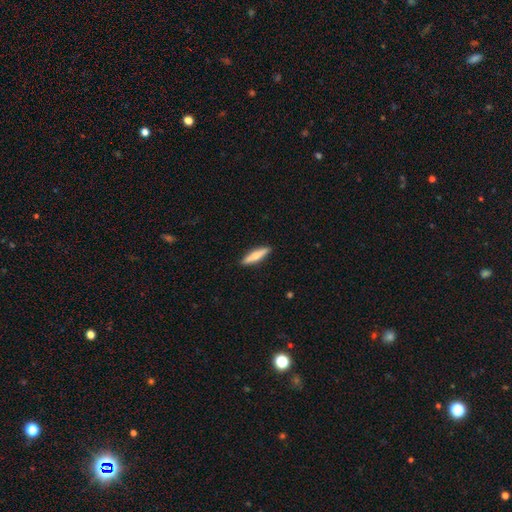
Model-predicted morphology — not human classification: Smooth or featured?
  - smooth: 62% *
  - featured or disk: 32%
  - star or artifact: 6%
How rounded?
  - cigar-shaped: 81% *
  - in between: 18%
  - round: 2%
Merging?
  - none: 90% *
  - minor disturbance: 7%
  - major disturbance: 2%
  - merger: 1%